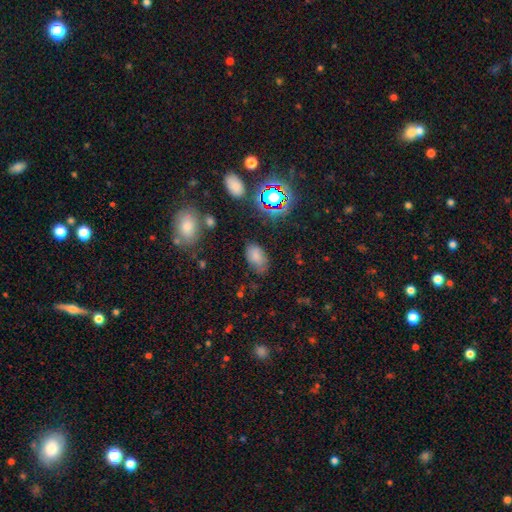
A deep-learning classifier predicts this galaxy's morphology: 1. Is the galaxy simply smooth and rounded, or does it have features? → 73% smooth, 16% star or artifact, 11% featured or disk.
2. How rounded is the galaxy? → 91% in between, 7% round, 2% cigar-shaped.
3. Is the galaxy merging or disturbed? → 66% none, 24% minor disturbance, 8% major disturbance, 3% merger.